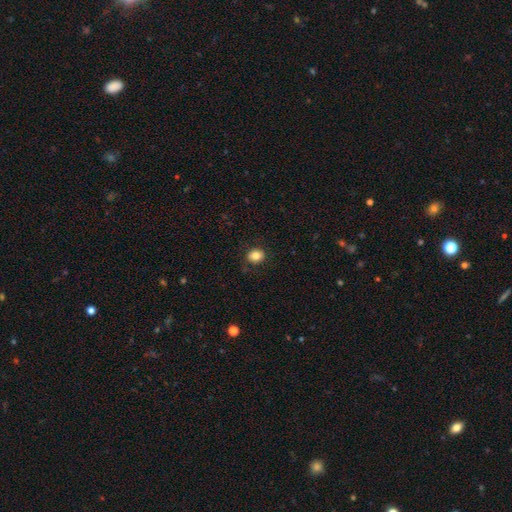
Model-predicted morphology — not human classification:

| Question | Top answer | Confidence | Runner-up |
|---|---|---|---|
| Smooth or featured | smooth | 82% | star or artifact (10%) |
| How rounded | round | 57% | in between (42%) |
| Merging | none | 85% | minor disturbance (11%) |